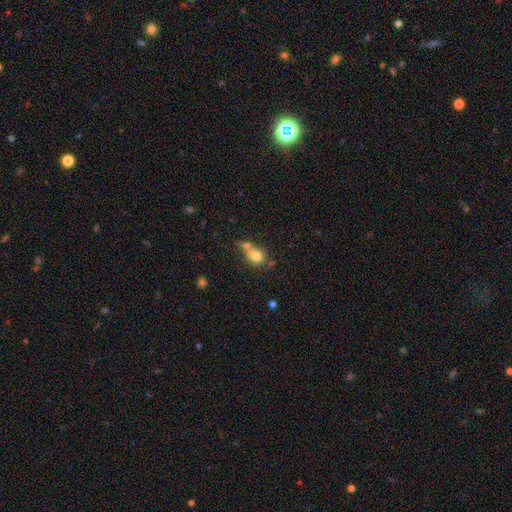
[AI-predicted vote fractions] Morphology: type=smooth (77%); roundness=round (69%); merging=merger (45%).